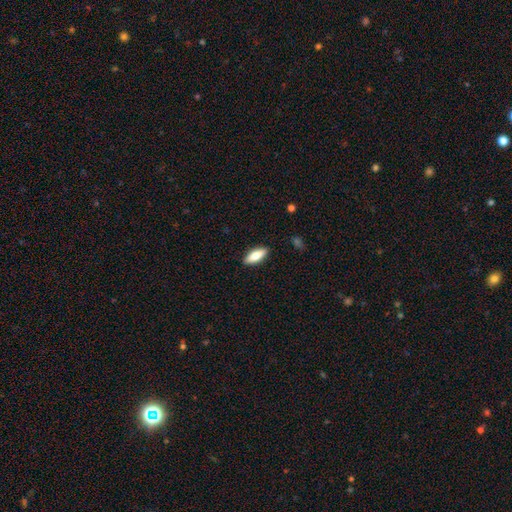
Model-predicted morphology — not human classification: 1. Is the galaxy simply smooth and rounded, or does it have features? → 72% smooth, 22% featured or disk, 6% star or artifact.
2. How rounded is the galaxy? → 65% in between, 33% cigar-shaped, 2% round.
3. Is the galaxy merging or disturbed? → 89% none, 8% minor disturbance, 2% major disturbance, 1% merger.